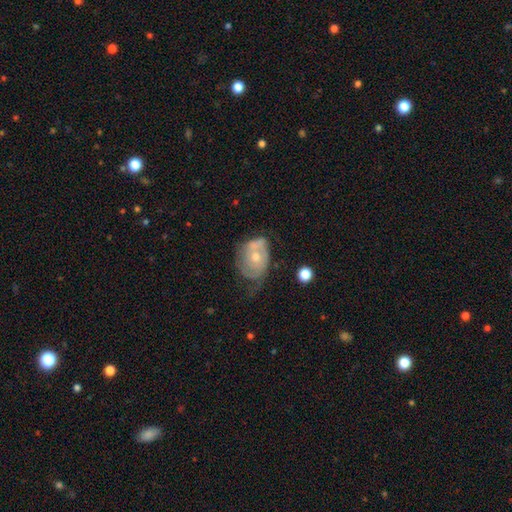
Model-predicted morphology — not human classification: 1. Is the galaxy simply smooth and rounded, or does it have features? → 61% featured or disk, 31% smooth, 8% star or artifact.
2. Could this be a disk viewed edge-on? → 96% no, 4% yes.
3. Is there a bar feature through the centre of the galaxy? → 80% no, 17% weak, 3% strong.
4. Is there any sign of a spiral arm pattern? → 67% yes, 33% no.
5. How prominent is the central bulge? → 56% moderate, 38% small, 3% large, 2% none, 1% dominant.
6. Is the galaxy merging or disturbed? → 34% none, 32% minor disturbance, 26% major disturbance, 8% merger.